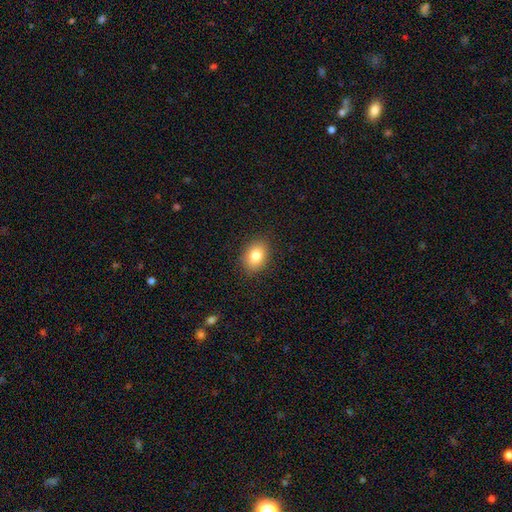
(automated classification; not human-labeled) Smooth or featured: smooth — 83% (star or artifact — 9%)
How rounded: in between — 72% (round — 27%)
Merging: none — 88% (minor disturbance — 9%)